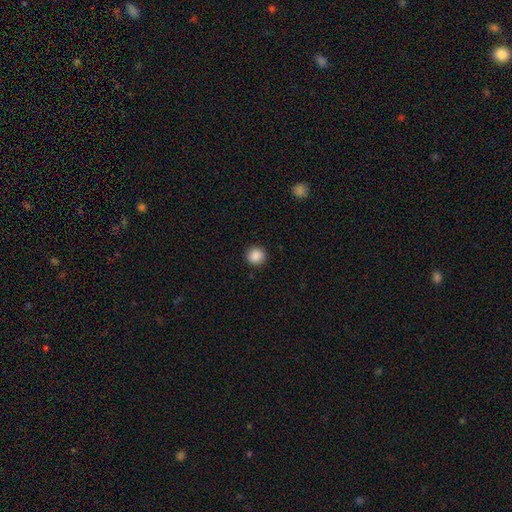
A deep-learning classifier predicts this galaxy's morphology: The model was most divided on "smooth or featured": smooth: 88%, star or artifact: 9%, featured or disk: 3%. More confident: how rounded — round (91%); merging — none (91%).